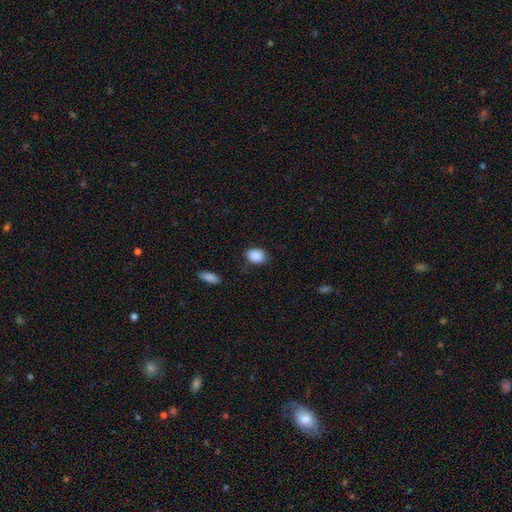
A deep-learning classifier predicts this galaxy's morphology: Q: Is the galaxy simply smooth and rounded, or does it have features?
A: smooth — 89%.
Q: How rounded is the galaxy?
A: in between — 68%.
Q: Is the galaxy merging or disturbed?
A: none — 80%.